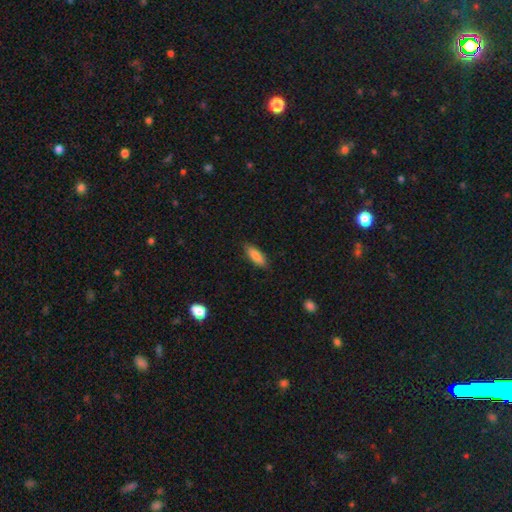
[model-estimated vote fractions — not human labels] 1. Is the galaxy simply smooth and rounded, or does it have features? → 82% smooth, 12% featured or disk, 6% star or artifact.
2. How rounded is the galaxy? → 61% in between, 37% cigar-shaped, 2% round.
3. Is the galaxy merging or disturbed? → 86% none, 11% minor disturbance, 2% major disturbance, 1% merger.